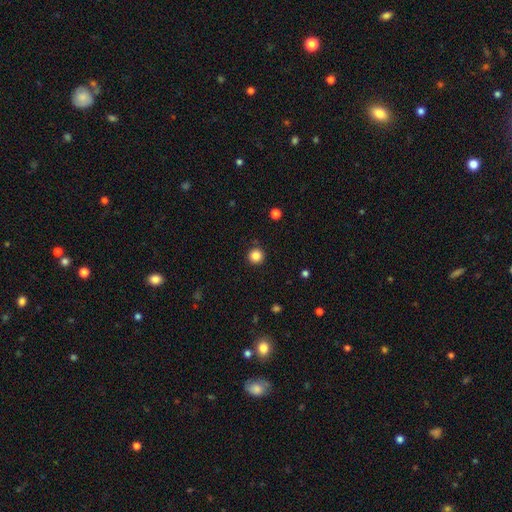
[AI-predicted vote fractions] smooth_or_featured: smooth (p=0.85) [alt: star or artifact p=0.11]
how_rounded: round (p=0.96) [alt: in between p=0.03]
merging: none (p=0.91) [alt: minor disturbance p=0.06]